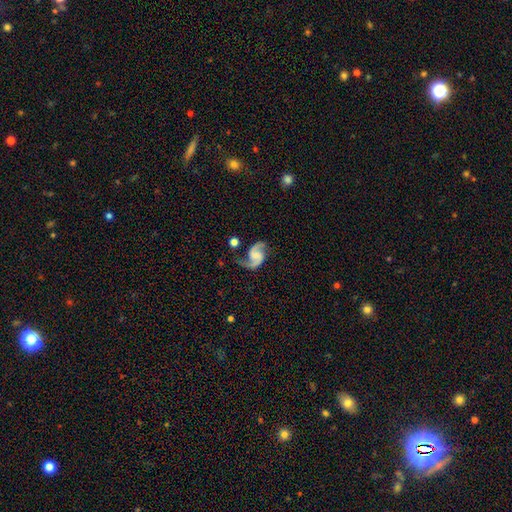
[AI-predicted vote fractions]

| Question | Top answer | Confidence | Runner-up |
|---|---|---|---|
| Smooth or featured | featured or disk | 90% | smooth (5%) |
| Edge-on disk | no | 98% | yes (2%) |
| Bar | no | 47% | weak (40%) |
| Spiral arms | yes | 98% | no (2%) |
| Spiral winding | medium | 46% | loose (42%) |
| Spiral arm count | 2 | 93% | 1 (2%) |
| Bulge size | none | 51% | small (25%) |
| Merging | none | 69% | minor disturbance (17%) |